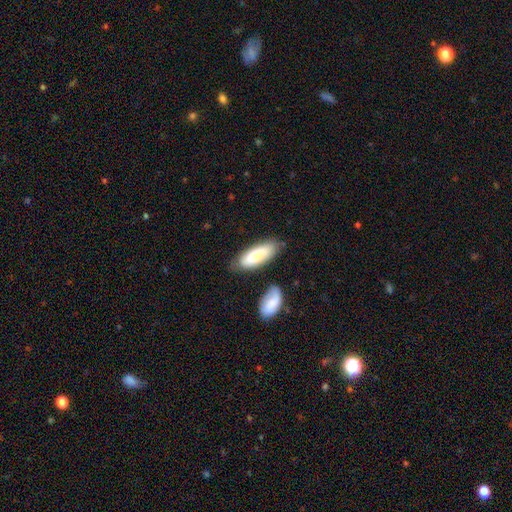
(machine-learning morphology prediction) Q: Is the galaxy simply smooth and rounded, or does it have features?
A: smooth — 75%.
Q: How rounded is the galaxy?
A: in between — 73%.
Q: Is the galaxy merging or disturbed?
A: none — 70%.